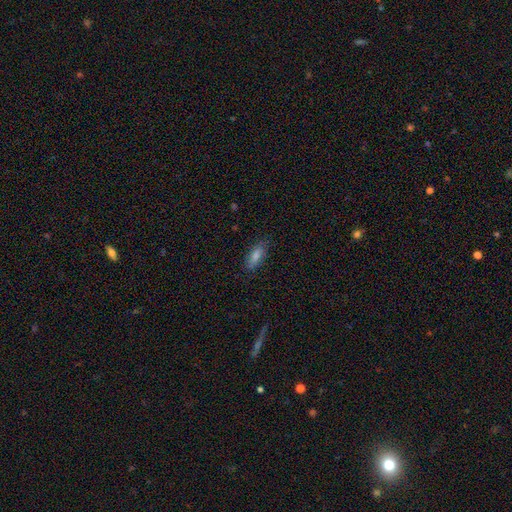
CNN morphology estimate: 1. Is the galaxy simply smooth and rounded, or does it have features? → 69% smooth, 18% featured or disk, 13% star or artifact.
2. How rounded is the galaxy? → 61% in between, 35% cigar-shaped, 3% round.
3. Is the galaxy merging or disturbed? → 82% none, 13% minor disturbance, 3% major disturbance, 1% merger.